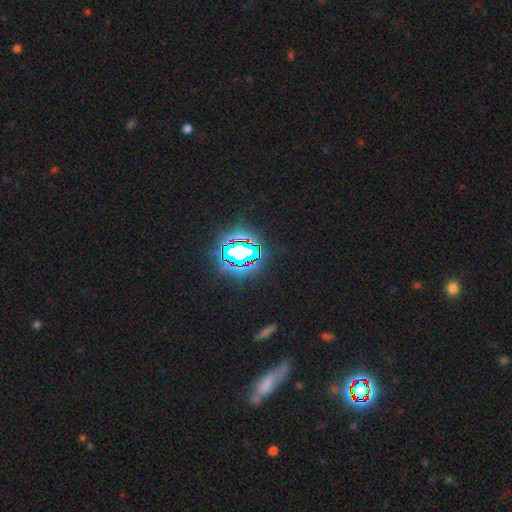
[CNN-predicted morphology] Smooth or featured?
  - star or artifact: 79% *
  - smooth: 13%
  - featured or disk: 9%